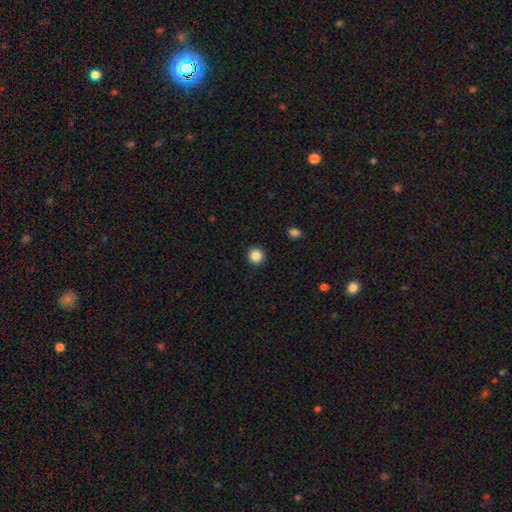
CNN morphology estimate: smooth-or-featured: smooth: 87% | star or artifact: 10% | featured or disk: 3%
  how-rounded: round: 94% | in between: 5% | cigar-shaped: 1%
  merging: none: 93% | minor disturbance: 4% | major disturbance: 2% | merger: 1%